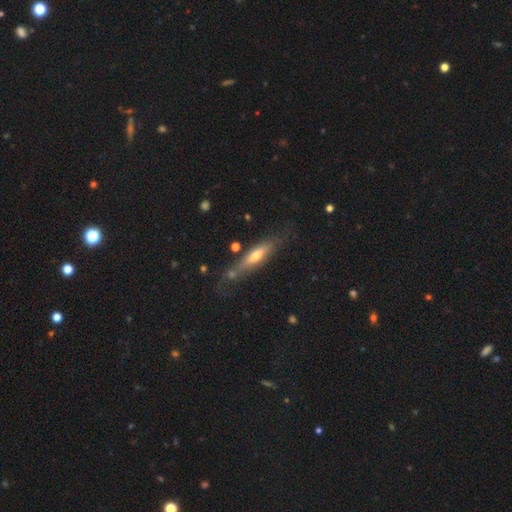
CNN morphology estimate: Smooth or featured? Predicted: featured or disk (p=0.54). Edge-on disk? Predicted: yes (p=0.78). Merging? Predicted: none (p=0.63).